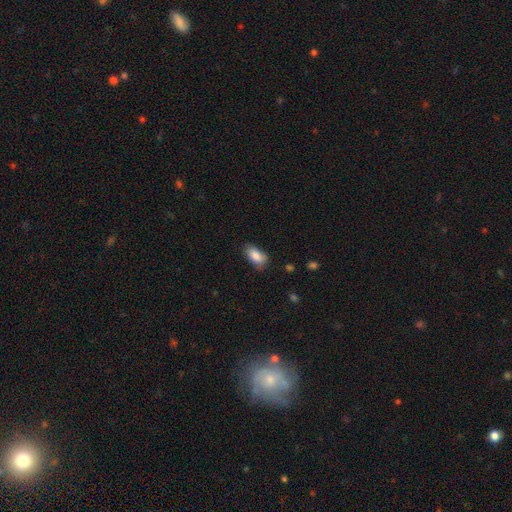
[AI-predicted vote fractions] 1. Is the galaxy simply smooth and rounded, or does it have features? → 87% smooth, 7% star or artifact, 6% featured or disk.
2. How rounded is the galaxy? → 92% in between, 4% cigar-shaped, 4% round.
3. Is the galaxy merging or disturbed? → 72% none, 22% minor disturbance, 4% major disturbance, 1% merger.